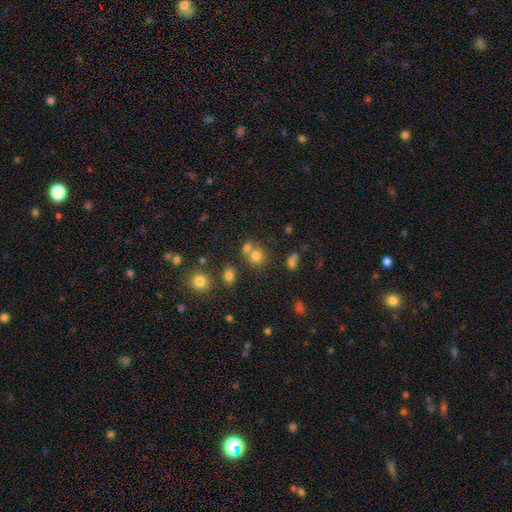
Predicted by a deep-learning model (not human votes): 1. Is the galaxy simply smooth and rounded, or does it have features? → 74% smooth, 16% star or artifact, 11% featured or disk.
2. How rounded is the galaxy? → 72% round, 27% in between, 1% cigar-shaped.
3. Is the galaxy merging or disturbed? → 49% none, 37% merger, 9% minor disturbance, 4% major disturbance.